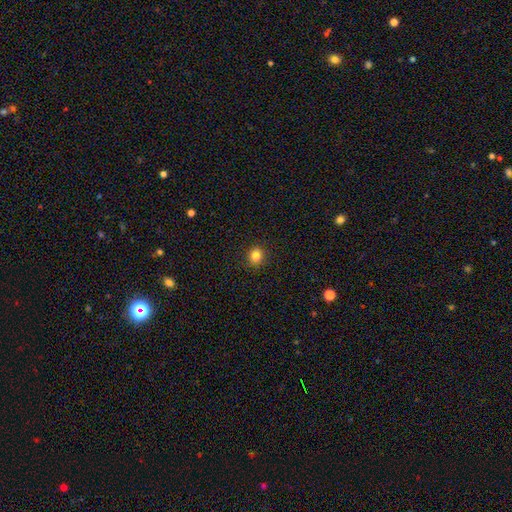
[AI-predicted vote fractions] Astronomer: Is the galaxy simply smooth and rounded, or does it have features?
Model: smooth — 83%.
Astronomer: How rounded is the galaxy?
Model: round — 79%.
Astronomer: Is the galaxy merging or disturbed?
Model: none — 91%.